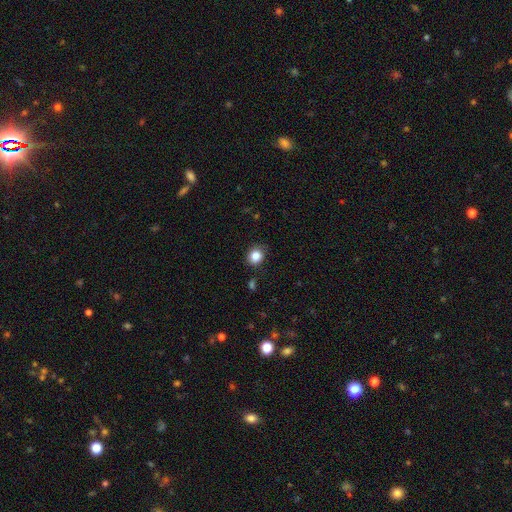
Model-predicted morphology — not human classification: Overall: smooth (85%). How rounded: round (70%). Merging: none (80%).